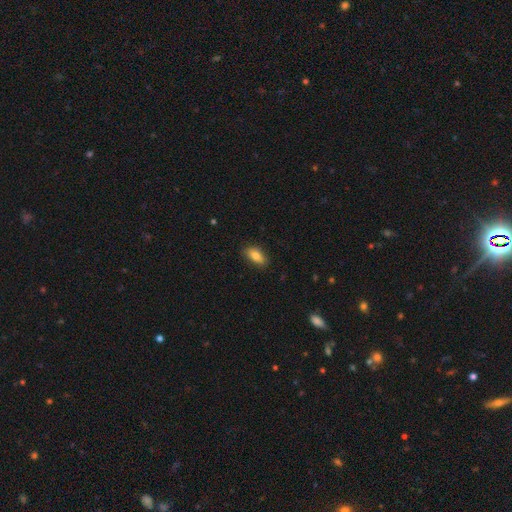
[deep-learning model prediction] The model was most divided on "smooth or featured": smooth: 81%, featured or disk: 11%, star or artifact: 8%. More confident: how rounded — in between (86%); merging — none (85%).